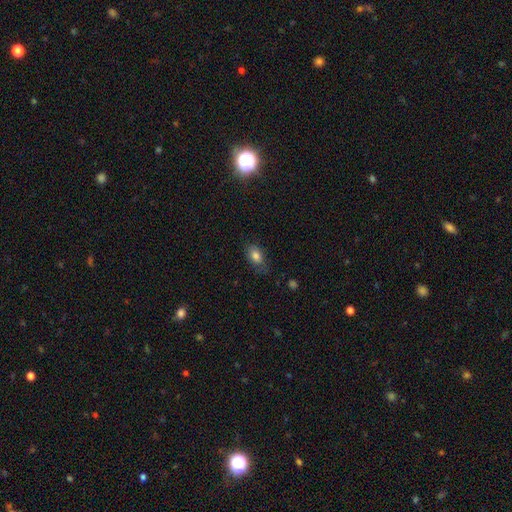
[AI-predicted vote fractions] Smooth or featured? smooth (81%)
How rounded? in between (87%)
Merging? none (71%)